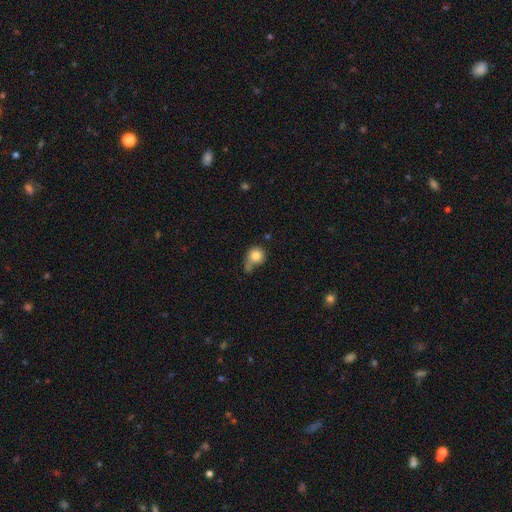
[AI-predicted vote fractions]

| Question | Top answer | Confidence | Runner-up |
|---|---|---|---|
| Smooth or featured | smooth | 80% | featured or disk (12%) |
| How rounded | round | 84% | in between (15%) |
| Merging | none | 39% | minor disturbance (22%) |